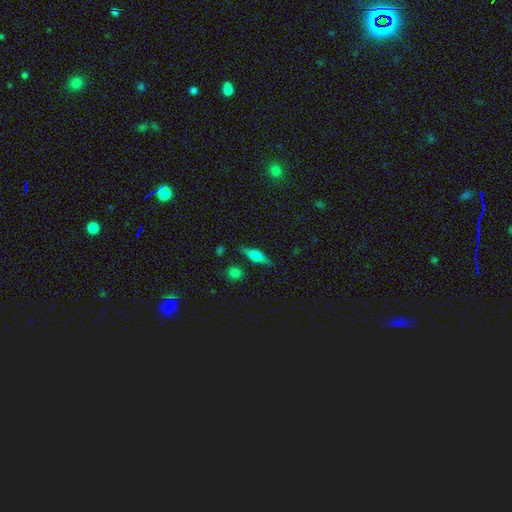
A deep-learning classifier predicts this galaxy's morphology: Q: Smooth or featured?
A: featured or disk (59%); runner-up: smooth (34%)
Q: Edge-on disk?
A: yes (95%); runner-up: no (5%)
Q: Edge-on bulge?
A: rounded (89%); runner-up: boxy (9%)
Q: Merging?
A: none (84%); runner-up: minor disturbance (11%)